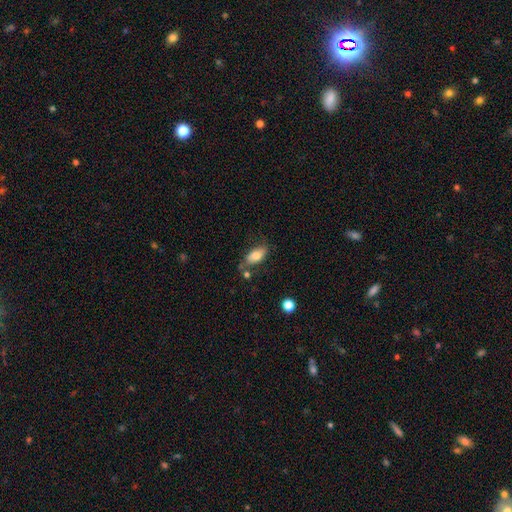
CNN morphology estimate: smooth-or-featured: smooth: 75% | featured or disk: 18% | star or artifact: 7%
  how-rounded: in between: 90% | cigar-shaped: 6% | round: 4%
  merging: none: 64% | minor disturbance: 21% | merger: 9% | major disturbance: 6%